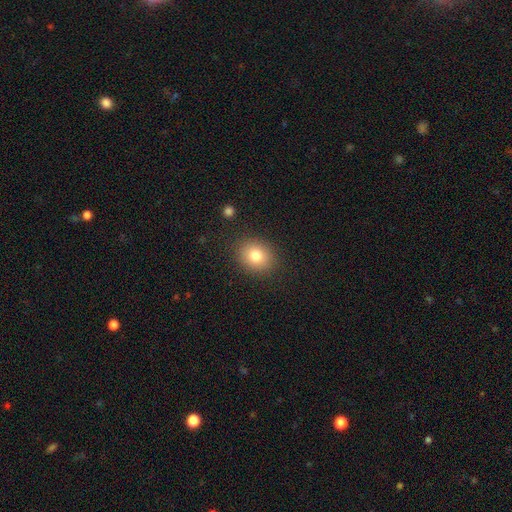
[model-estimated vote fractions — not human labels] smooth_or_featured: smooth (p=0.79) [alt: star or artifact p=0.11]
how_rounded: round (p=0.64) [alt: in between p=0.36]
merging: none (p=0.87) [alt: minor disturbance p=0.08]